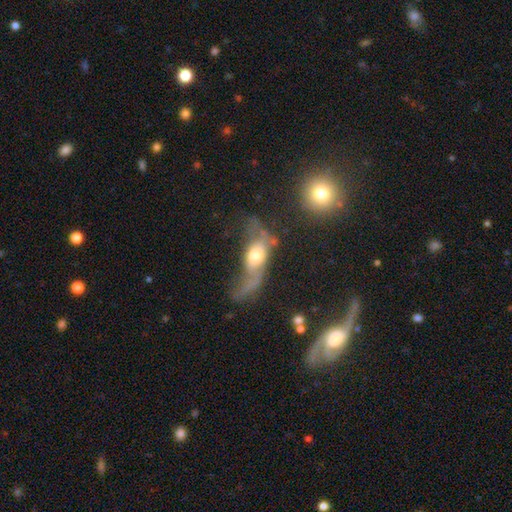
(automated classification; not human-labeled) This appears to be a featured or disk galaxy (53%). Merging: major disturbance (52%).